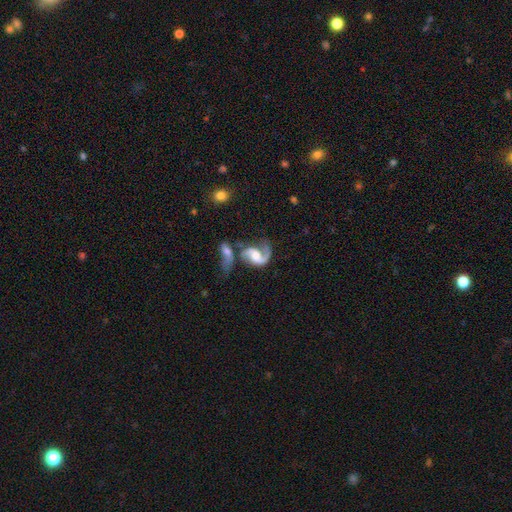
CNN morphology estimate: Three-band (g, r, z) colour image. It shows a featured or disk galaxy (87%) with a weak bar (45%), 2 (84%) loose (49%) spiral arms (96%) and a moderate central bulge (55%). Merging: merger (36%).